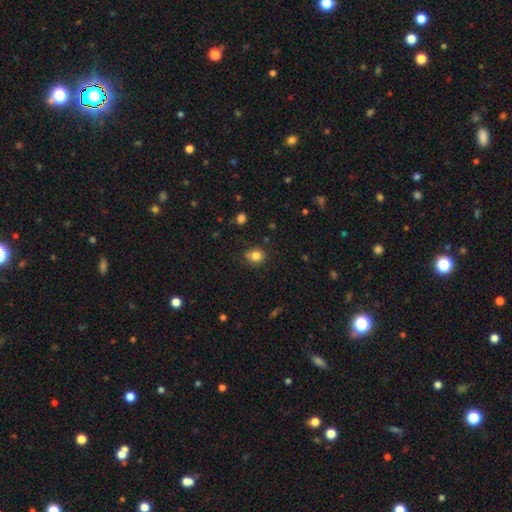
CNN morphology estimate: Smooth or featured? Predicted: smooth (p=0.82). How rounded? Predicted: round (p=0.78). Merging? Predicted: none (p=0.74).